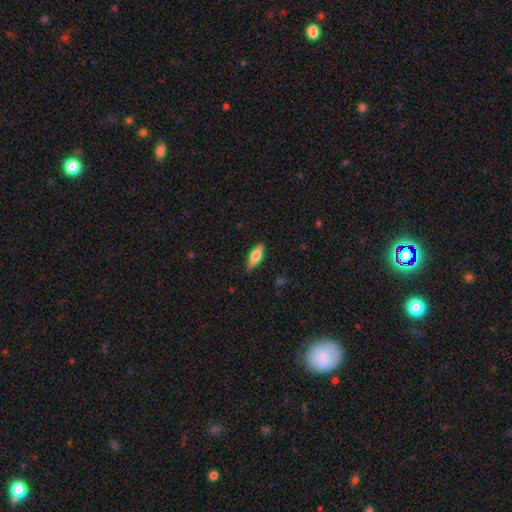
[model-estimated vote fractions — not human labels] Smooth or featured?
  - smooth: 61% *
  - featured or disk: 32%
  - star or artifact: 6%
How rounded?
  - in between: 61% *
  - cigar-shaped: 36%
  - round: 3%
Merging?
  - none: 85% *
  - minor disturbance: 11%
  - major disturbance: 2%
  - merger: 1%